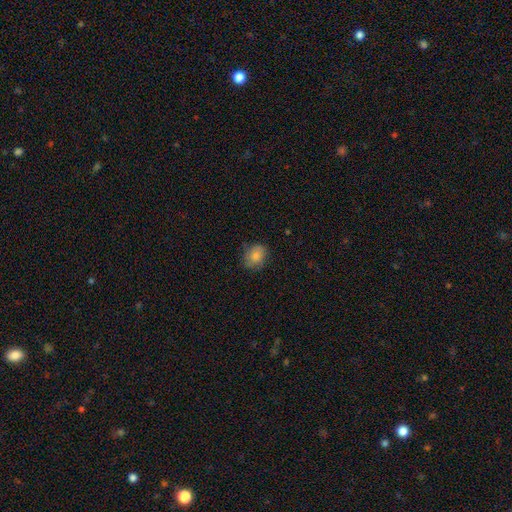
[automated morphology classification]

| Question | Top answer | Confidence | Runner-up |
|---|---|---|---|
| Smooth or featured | smooth | 82% | featured or disk (10%) |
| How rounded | in between | 51% | round (48%) |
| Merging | none | 77% | minor disturbance (18%) |